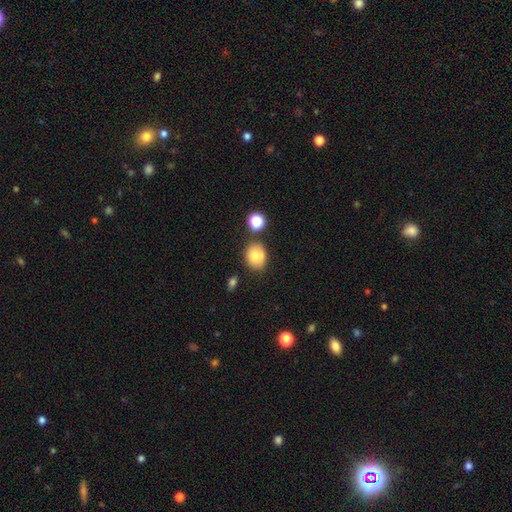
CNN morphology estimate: smooth 75%, featured or disk 14%, star or artifact 11%. Down the decision tree: how rounded — round (54%); merging — none (60%).